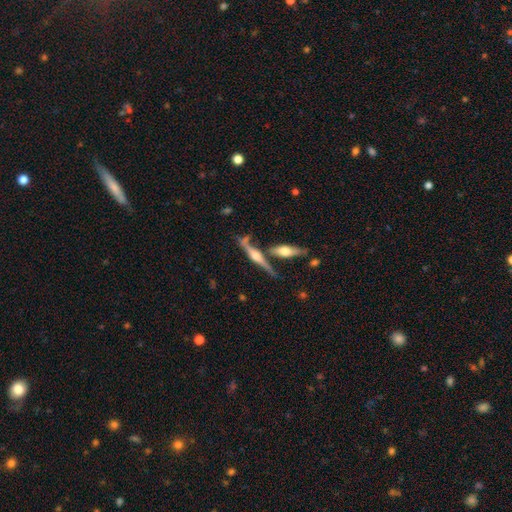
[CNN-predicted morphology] featured or disk 77%, smooth 16%, star or artifact 7%. Down the decision tree: edge-on disk — yes (95%); edge-on bulge — rounded (88%); merging — none (64%).